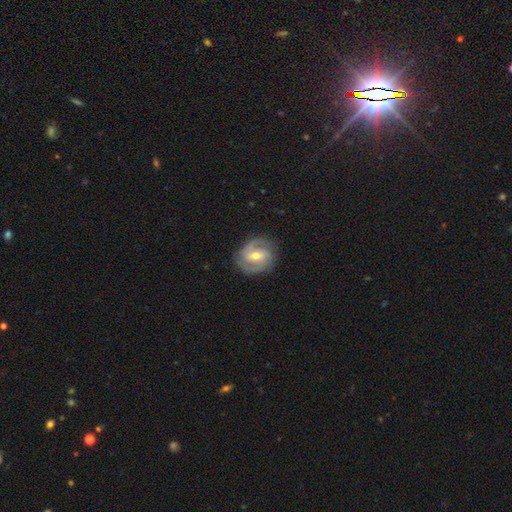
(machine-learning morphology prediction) The model was most divided on "spiral winding": medium: 45%, tight: 43%, loose: 12%. More confident: edge-on disk — no (97%); spiral arms — yes (95%); smooth or featured — featured or disk (82%); merging — none (82%); spiral arm count — 2 (70%); bulge size — moderate (64%); bar — weak (52%).